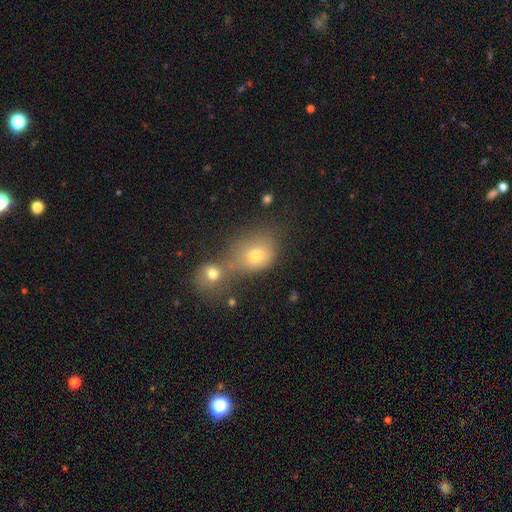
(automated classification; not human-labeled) This appears to be a smooth galaxy with no disk features (72%) that is round (58%). Merging: merger (55%).